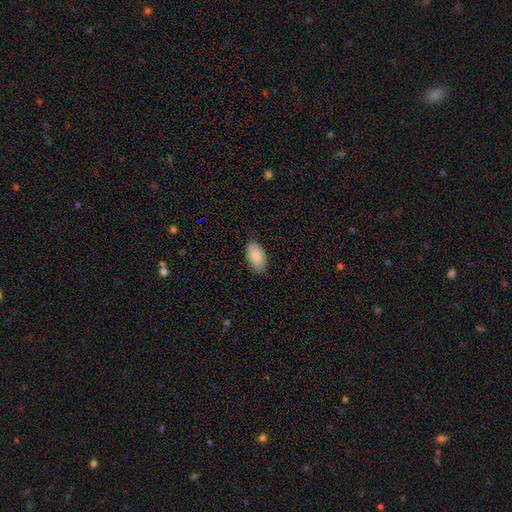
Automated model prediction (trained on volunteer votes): Morphology: type=smooth (85%); roundness=in between (95%); merging=none (77%).